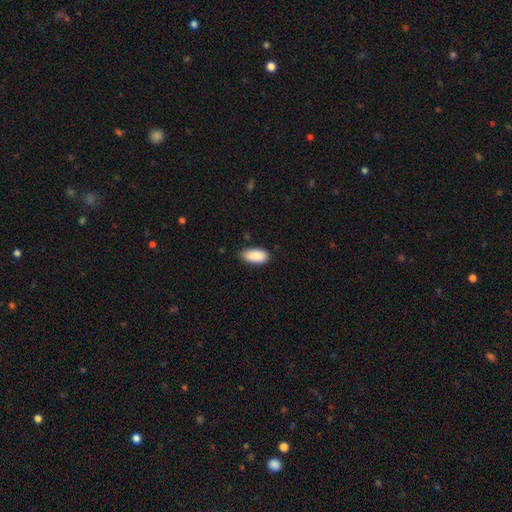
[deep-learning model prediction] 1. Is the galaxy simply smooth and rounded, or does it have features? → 90% smooth, 6% star or artifact, 4% featured or disk.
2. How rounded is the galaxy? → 93% in between, 5% cigar-shaped, 2% round.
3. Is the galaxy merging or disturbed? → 76% none, 20% minor disturbance, 3% major disturbance, 1% merger.